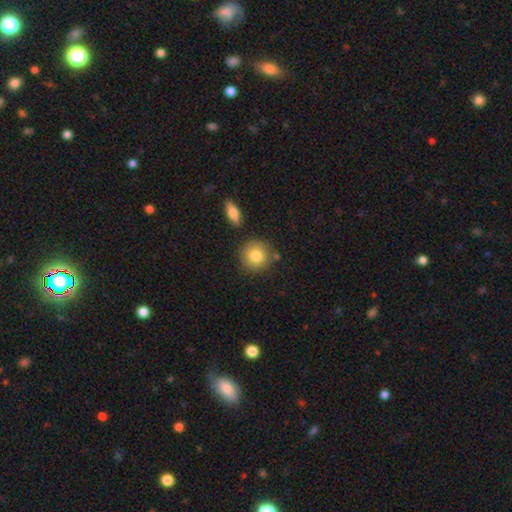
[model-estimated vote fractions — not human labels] This is clearly a smooth galaxy (82%). How rounded: clearly round (91%). Merging: clearly none (80%).